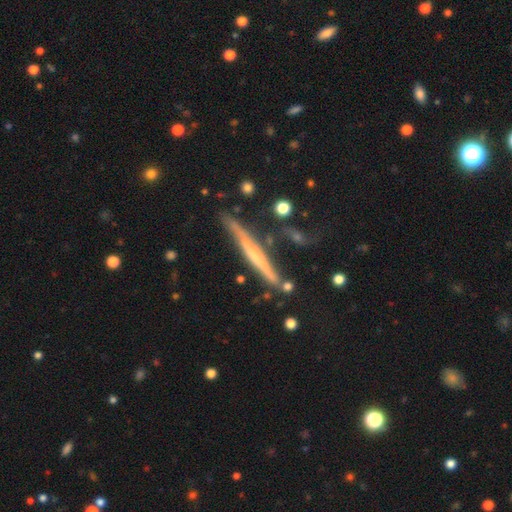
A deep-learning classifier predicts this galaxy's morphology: Smooth or featured?
  - featured or disk: 67% *
  - smooth: 26%
  - star or artifact: 7%
Edge-on disk?
  - yes: 96% *
  - no: 4%
Edge-on bulge?
  - none: 47% *
  - rounded: 44%
  - boxy: 9%
Merging?
  - none: 74% *
  - minor disturbance: 17%
  - merger: 5%
  - major disturbance: 4%